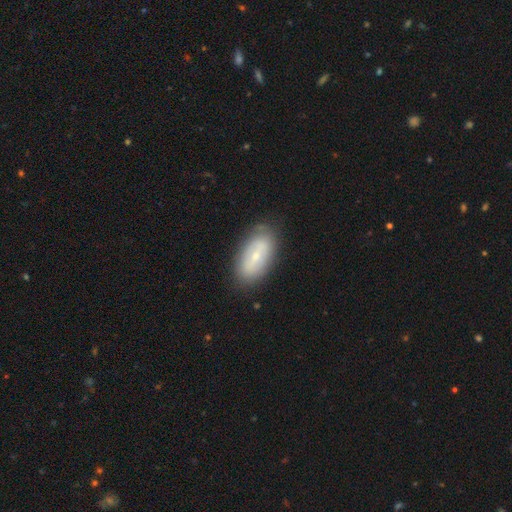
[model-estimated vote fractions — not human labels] Smooth or featured: smooth — 50% (featured or disk — 42%)
Merging: none — 81% (minor disturbance — 14%)